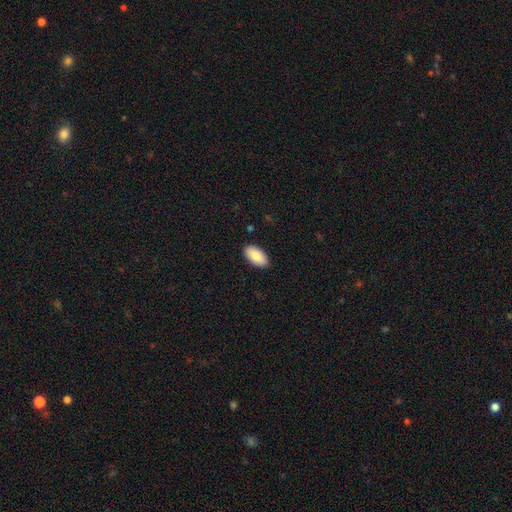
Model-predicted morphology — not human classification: Smooth or featured? smooth (83%)
How rounded? in between (95%)
Merging? none (89%)